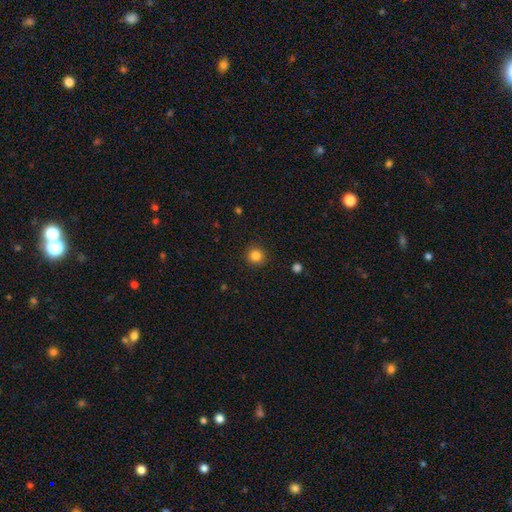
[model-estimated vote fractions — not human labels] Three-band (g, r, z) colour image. It shows a smooth galaxy with no disk features (84%) that is round (94%). Merging: none (92%).